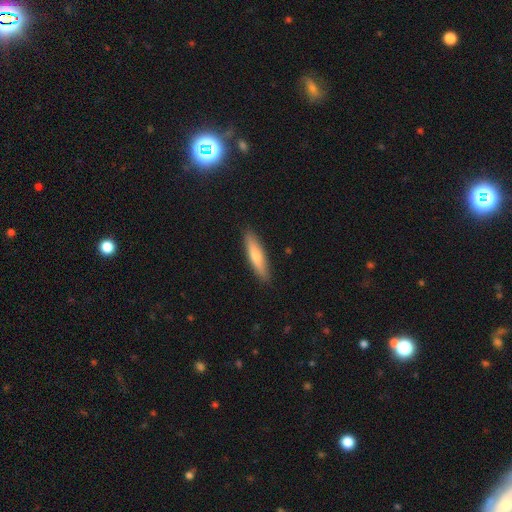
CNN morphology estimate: A smooth galaxy with no disk features (64%) that is cigar-shaped (82%). Merging: none (90%).